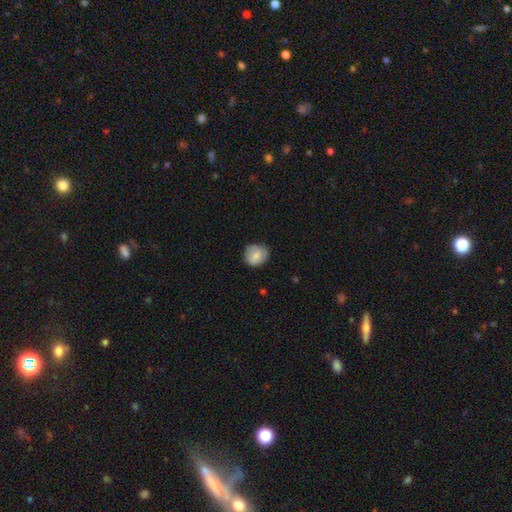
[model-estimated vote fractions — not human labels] This is likely a smooth galaxy (80%). How rounded: clearly round (84%). Merging: likely none (72%).